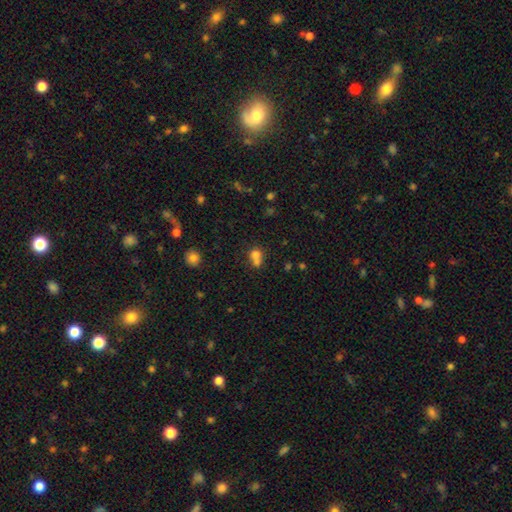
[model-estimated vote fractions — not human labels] Smooth or featured? smooth (73%)
How rounded? round (72%)
Merging? merger (59%)